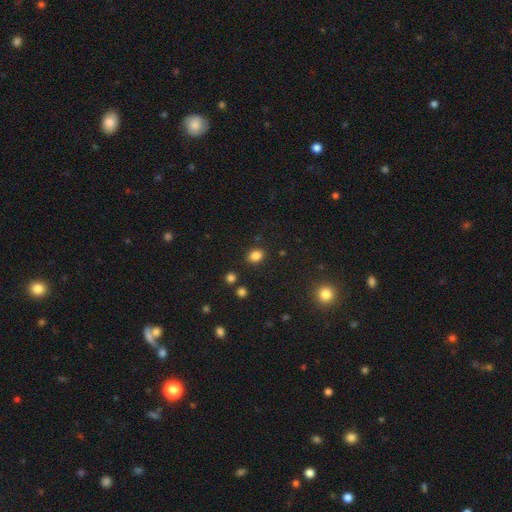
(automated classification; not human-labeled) Smooth or featured? smooth (83%)
How rounded? in between (57%)
Merging? none (84%)